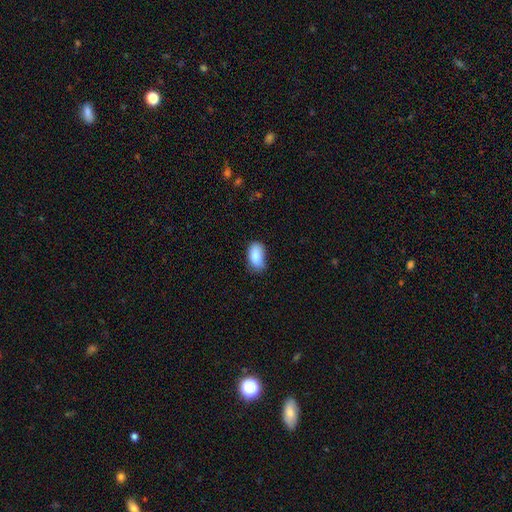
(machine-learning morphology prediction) type=smooth (88%); roundness=in between (93%); merging=none (69%).